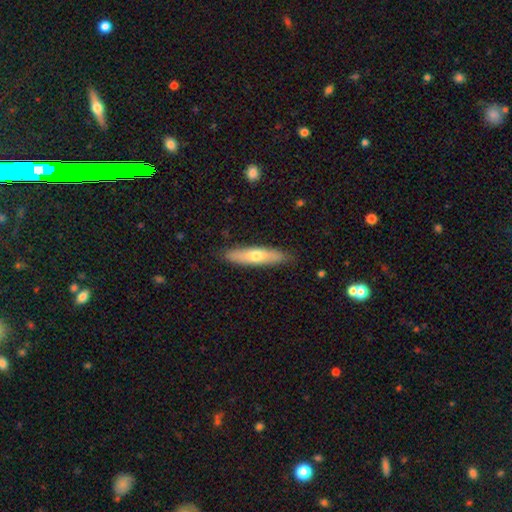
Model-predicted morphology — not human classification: Smooth or featured? smooth (58%)
How rounded? cigar-shaped (77%)
Merging? none (87%)